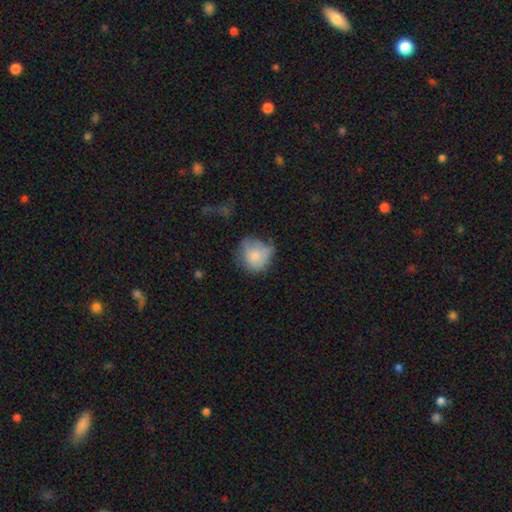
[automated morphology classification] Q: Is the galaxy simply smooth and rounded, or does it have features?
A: smooth — 70%.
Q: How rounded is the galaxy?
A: round — 75%.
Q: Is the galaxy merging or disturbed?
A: none — 38%, tied with minor disturbance.